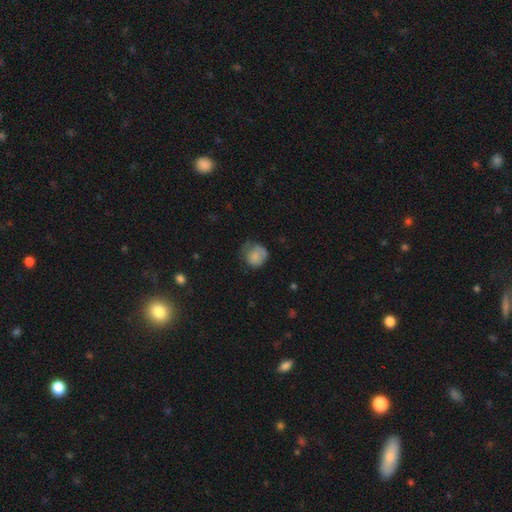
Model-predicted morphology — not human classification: A smooth galaxy with no disk features (74%) that is round (77%).

Vote fractions:
- Smooth or featured? smooth: 74% / featured or disk: 18% / star or artifact: 9%
- How rounded? round: 77% / in between: 23% / cigar-shaped: 1%
- Merging? none: 41% / minor disturbance: 35% / major disturbance: 22% / merger: 2%